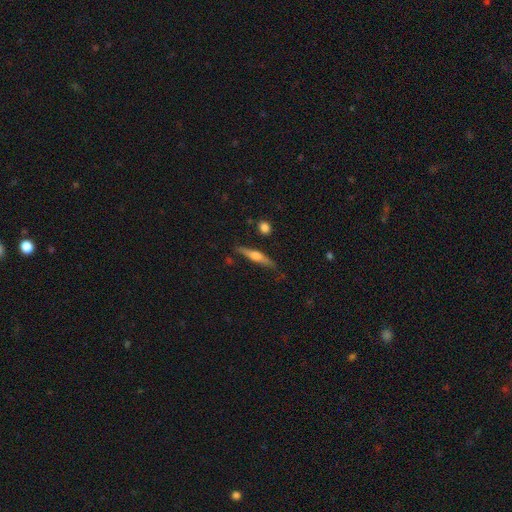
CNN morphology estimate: A featured or disk galaxy (57%) viewed edge-on (94%) with a rounded central bulge (87%).

Vote fractions:
- Smooth or featured? featured or disk: 57% / smooth: 37% / star or artifact: 6%
- Edge-on disk? yes: 94% / no: 6%
- Edge-on bulge? rounded: 87% / boxy: 7% / none: 6%
- Merging? none: 78% / minor disturbance: 16% / major disturbance: 4% / merger: 3%